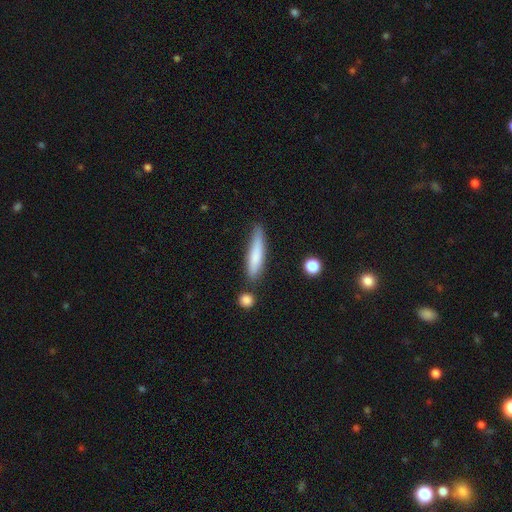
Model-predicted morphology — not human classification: Smooth or featured? smooth (76%)
How rounded? cigar-shaped (86%)
Merging? none (73%)